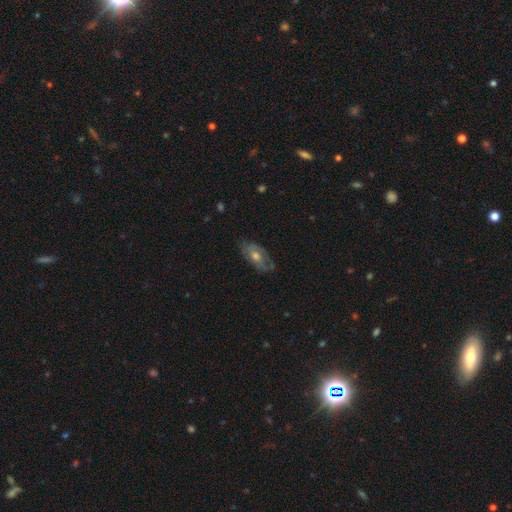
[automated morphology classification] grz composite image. It shows a featured or disk galaxy (56%). Merging: none (73%).